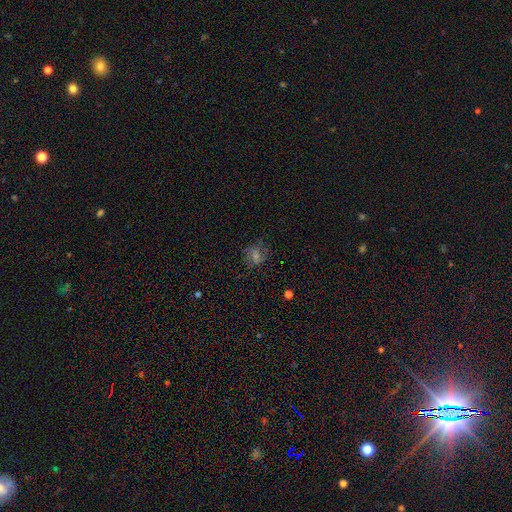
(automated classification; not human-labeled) Smooth or featured: featured or disk — 49% (smooth — 28%)
Merging: none — 73% (minor disturbance — 15%)